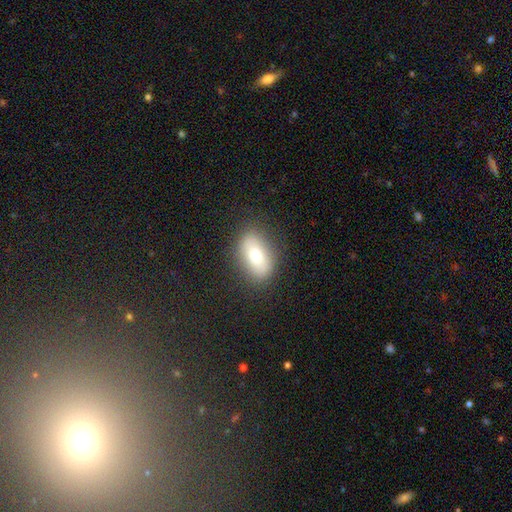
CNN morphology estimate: Overall: smooth (73%). How rounded: in between (85%). Merging: none (84%).